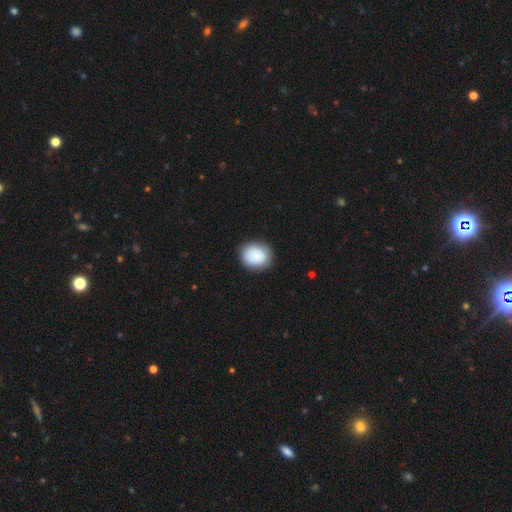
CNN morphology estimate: The model was most divided on "how rounded": round: 64%, in between: 35%, cigar-shaped: 1%. More confident: smooth or featured — smooth (87%); merging — none (85%).